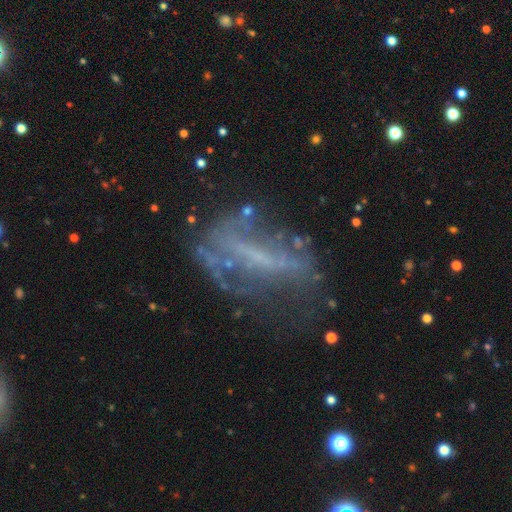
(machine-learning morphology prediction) Smooth or featured? featured or disk (61%)
Edge-on disk? no (82%)
Merging? none (42%)